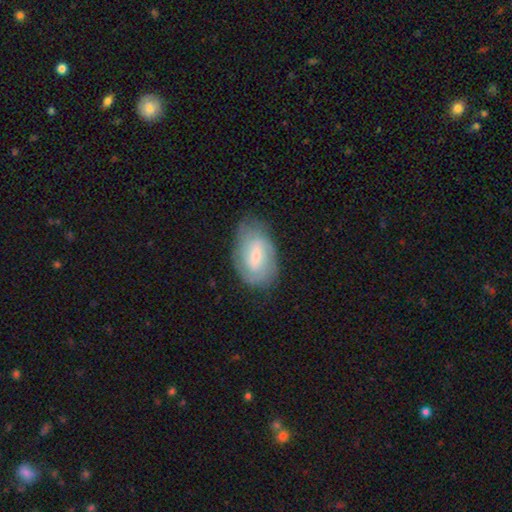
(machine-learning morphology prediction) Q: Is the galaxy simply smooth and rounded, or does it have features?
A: featured or disk — 63%.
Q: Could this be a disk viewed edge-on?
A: no — 96%.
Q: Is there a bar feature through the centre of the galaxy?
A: weak — 53%.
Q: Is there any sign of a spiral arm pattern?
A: yes — 84%.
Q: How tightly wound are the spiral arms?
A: tight — 55%.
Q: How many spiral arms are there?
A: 2 — 43%.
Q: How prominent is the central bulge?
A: small — 57%.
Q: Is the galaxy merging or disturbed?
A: none — 73%.